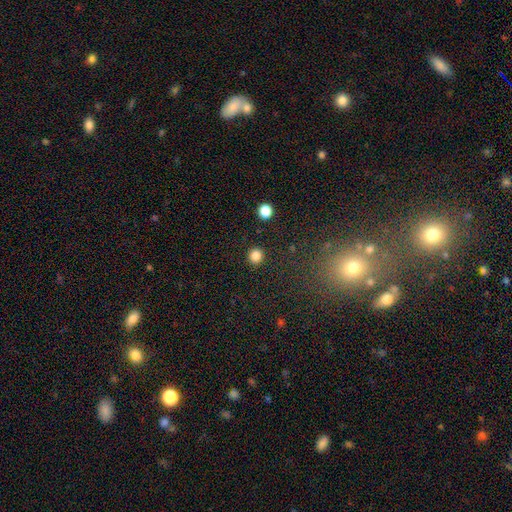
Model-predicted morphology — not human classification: The model was most divided on "smooth or featured": smooth: 85%, star or artifact: 12%, featured or disk: 3%. More confident: merging — none (92%); how rounded — round (91%).